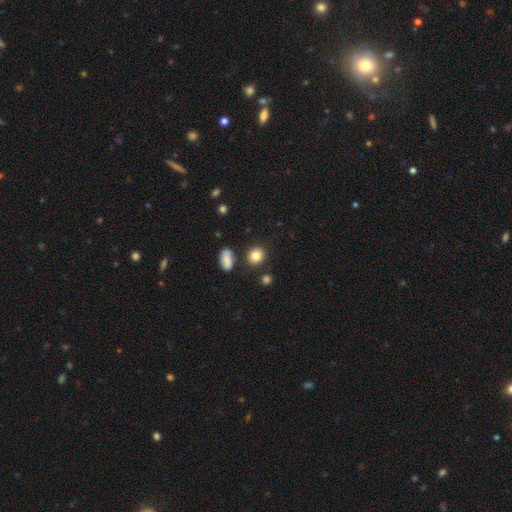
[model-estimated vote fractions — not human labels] smooth 83%, star or artifact 11%, featured or disk 7%. Down the decision tree: how rounded — round (75%); merging — none (81%).